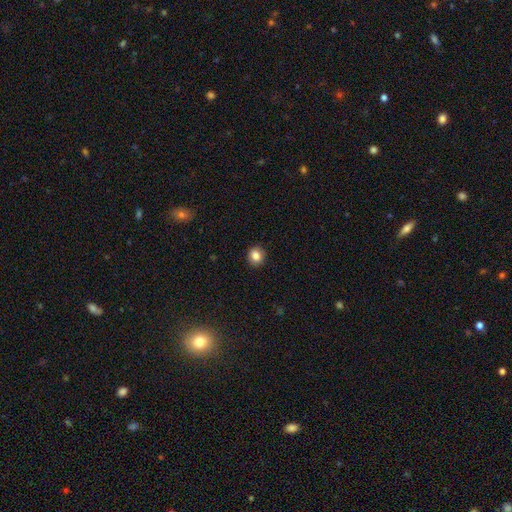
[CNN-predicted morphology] smooth 85%, star or artifact 10%, featured or disk 5%. Down the decision tree: how rounded — round (86%); merging — none (91%).